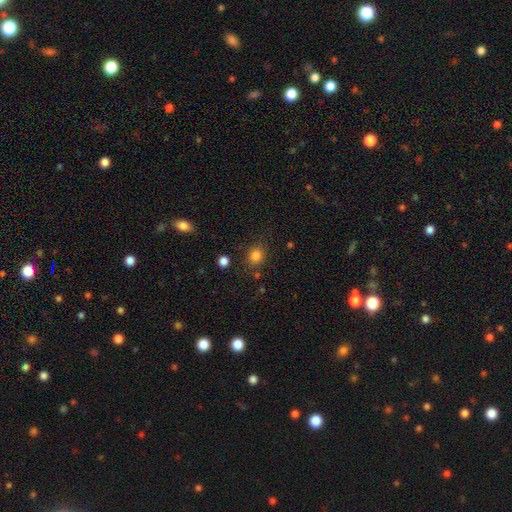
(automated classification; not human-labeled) Q: Smooth or featured?
A: smooth (83%); runner-up: star or artifact (12%)
Q: How rounded?
A: round (72%); runner-up: in between (27%)
Q: Merging?
A: none (79%); runner-up: minor disturbance (12%)